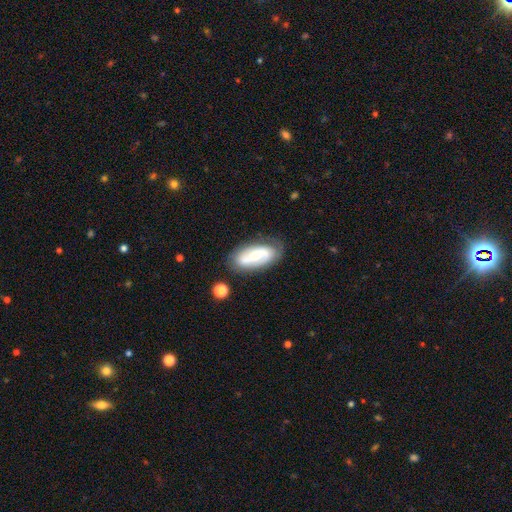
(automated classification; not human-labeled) Smooth or featured: featured or disk — 65% (smooth — 29%)
Edge-on disk: no — 93% (yes — 7%)
Bar: no — 54% (weak — 33%)
Spiral arms: yes — 86% (no — 14%)
Spiral winding: medium — 41% (loose — 31%)
Spiral arm count: 2 — 78% (can't tell — 13%)
Bulge size: moderate — 51% (small — 40%)
Merging: none — 75% (minor disturbance — 17%)